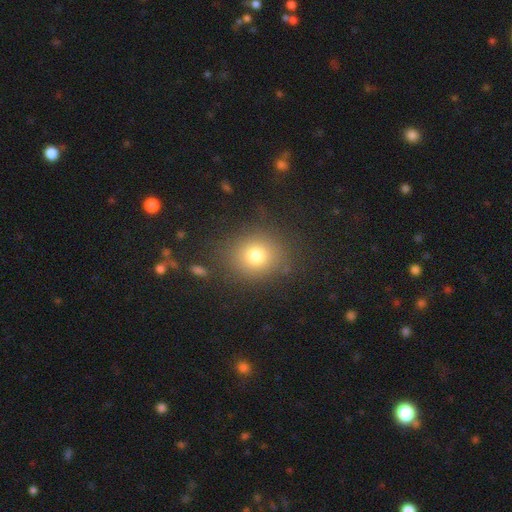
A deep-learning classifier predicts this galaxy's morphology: Q: Smooth or featured?
A: smooth (77%); runner-up: star or artifact (14%)
Q: How rounded?
A: round (76%); runner-up: in between (23%)
Q: Merging?
A: none (84%); runner-up: minor disturbance (10%)